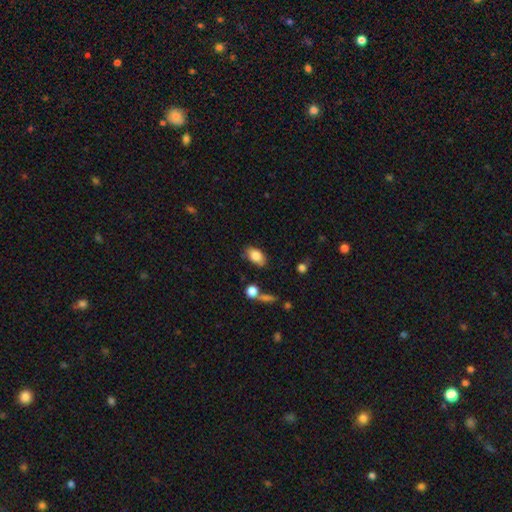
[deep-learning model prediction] Smooth or featured: smooth — 83% (featured or disk — 10%)
How rounded: in between — 90% (round — 8%)
Merging: none — 73% (minor disturbance — 18%)